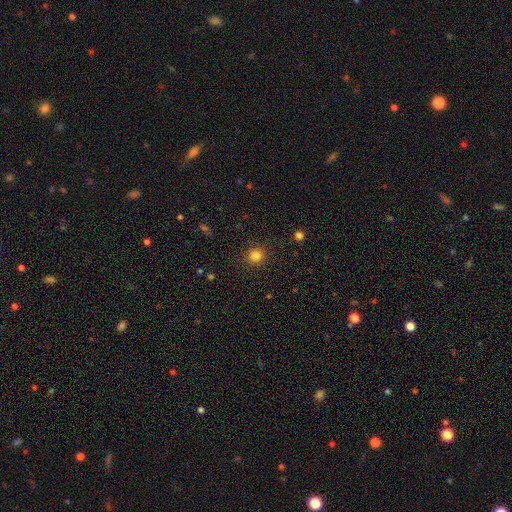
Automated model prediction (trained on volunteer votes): This is clearly a smooth galaxy (83%). How rounded: clearly round (91%). Merging: clearly none (91%).